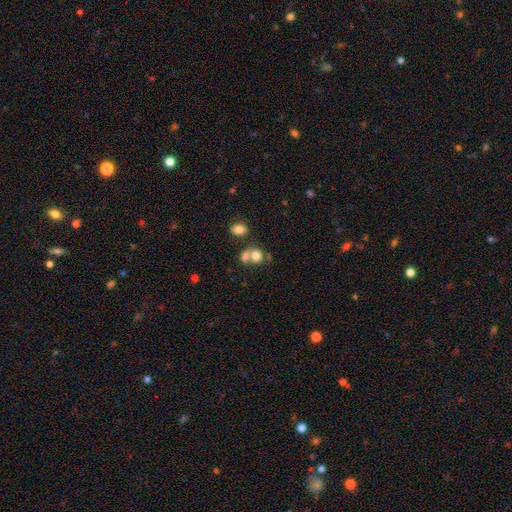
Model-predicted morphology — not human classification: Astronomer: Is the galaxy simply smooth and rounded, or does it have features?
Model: smooth — 74%.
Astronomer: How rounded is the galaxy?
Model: round — 59% (runner-up: in between, 40%).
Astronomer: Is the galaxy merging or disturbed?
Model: merger — 52% (runner-up: none, 34%).